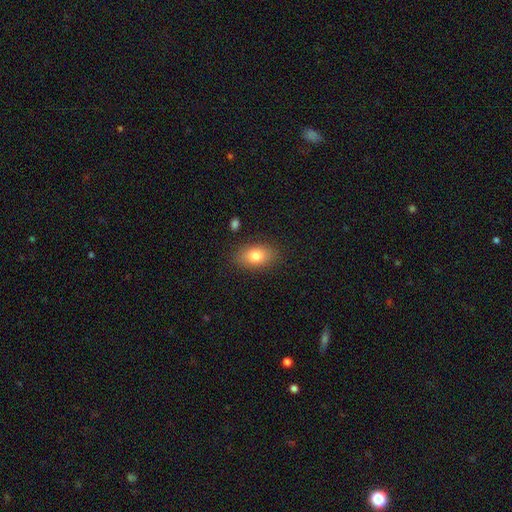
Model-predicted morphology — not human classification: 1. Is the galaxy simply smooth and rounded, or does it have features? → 80% smooth, 12% featured or disk, 8% star or artifact.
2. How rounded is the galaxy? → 87% in between, 11% round, 2% cigar-shaped.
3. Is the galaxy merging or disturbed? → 84% none, 11% minor disturbance, 3% major disturbance, 2% merger.